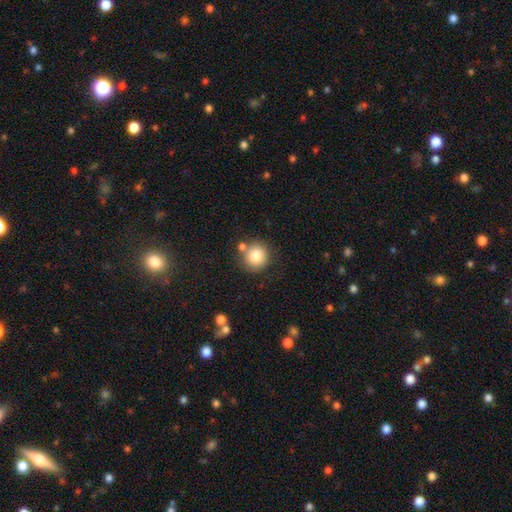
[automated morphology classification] The model was most divided on "merging": none: 75%, merger: 11%, minor disturbance: 10%, major disturbance: 3%. More confident: how rounded — round (89%); smooth or featured — smooth (81%).